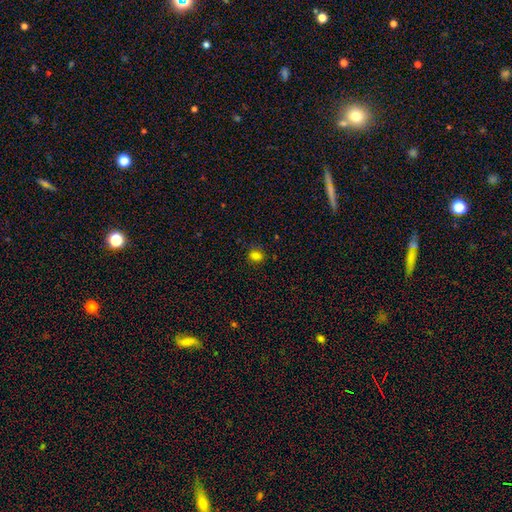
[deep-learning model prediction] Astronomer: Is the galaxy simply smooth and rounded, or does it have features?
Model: smooth — 79%.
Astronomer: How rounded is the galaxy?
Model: round — 54% (runner-up: in between, 45%).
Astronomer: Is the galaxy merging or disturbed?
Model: none — 84%.